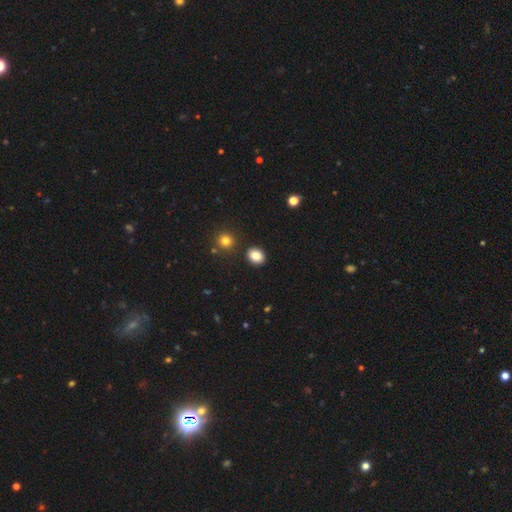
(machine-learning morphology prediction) type=smooth (84%); roundness=round (59%); merging=none (88%).